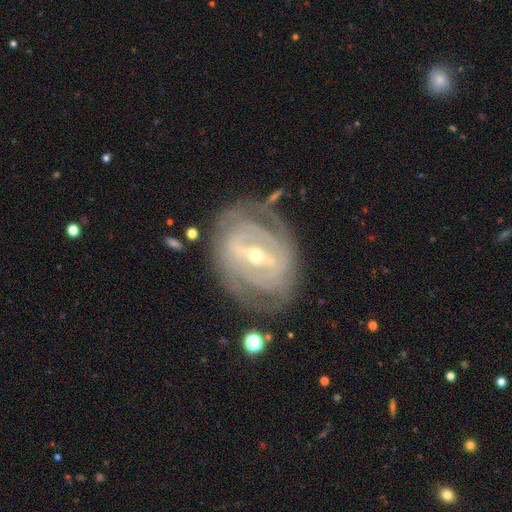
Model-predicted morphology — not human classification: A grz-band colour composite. It shows a featured or disk galaxy (86%) with a strong bar (56%), tight (69%) spiral arms (83%) and a small central bulge (62%). Merging: none (68%).